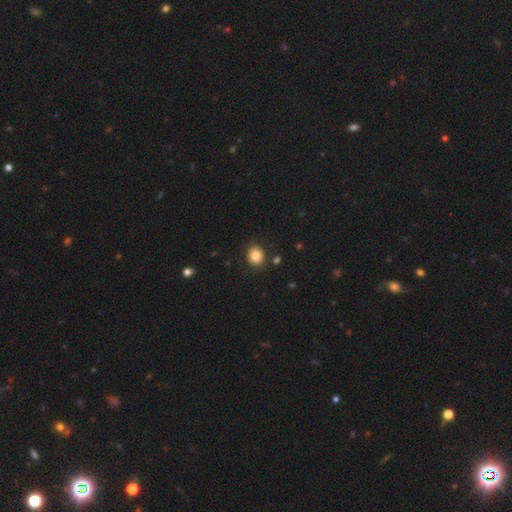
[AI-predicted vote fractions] Morphology: type=smooth (84%); roundness=round (68%); merging=none (88%).